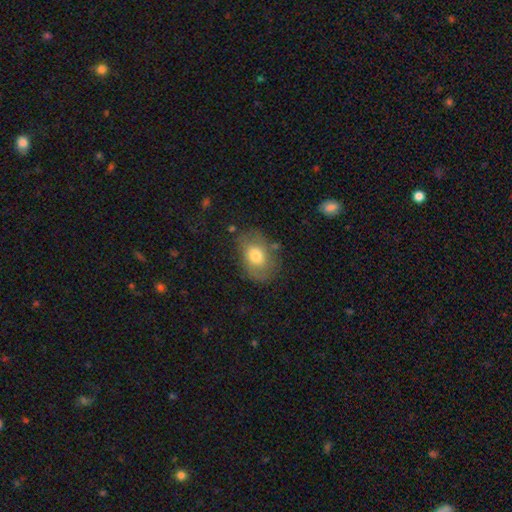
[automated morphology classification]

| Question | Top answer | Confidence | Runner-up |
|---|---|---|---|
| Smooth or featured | smooth | 65% | featured or disk (26%) |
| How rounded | in between | 78% | round (20%) |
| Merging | none | 67% | minor disturbance (22%) |